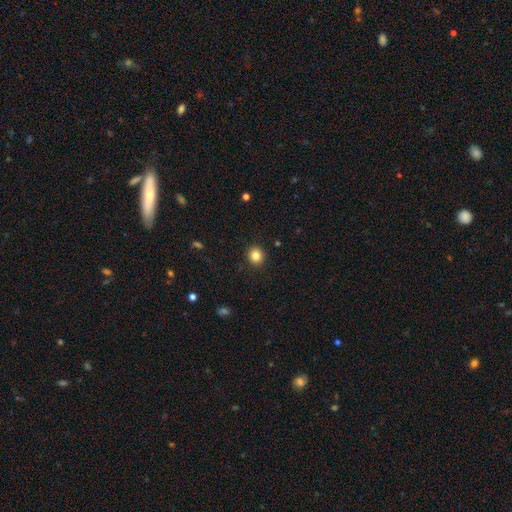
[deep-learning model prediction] A smooth galaxy with no disk features (84%) that is round (84%).

Vote fractions:
- Smooth or featured? smooth: 84% / star or artifact: 11% / featured or disk: 6%
- How rounded? round: 84% / in between: 15% / cigar-shaped: 1%
- Merging? none: 91% / minor disturbance: 6% / major disturbance: 2% / merger: 1%